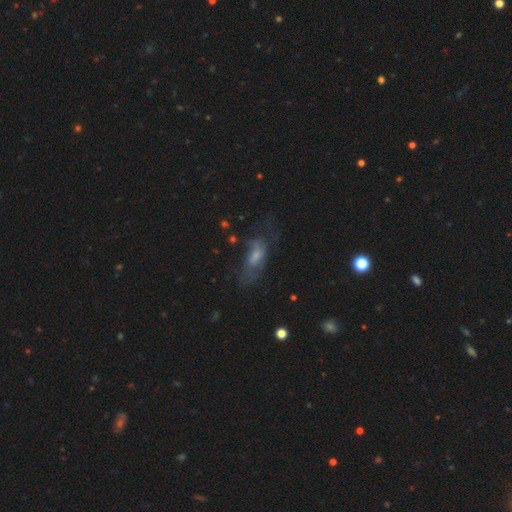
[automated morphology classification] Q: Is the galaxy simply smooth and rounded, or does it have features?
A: smooth — 48%.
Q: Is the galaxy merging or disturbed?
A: none — 44%.